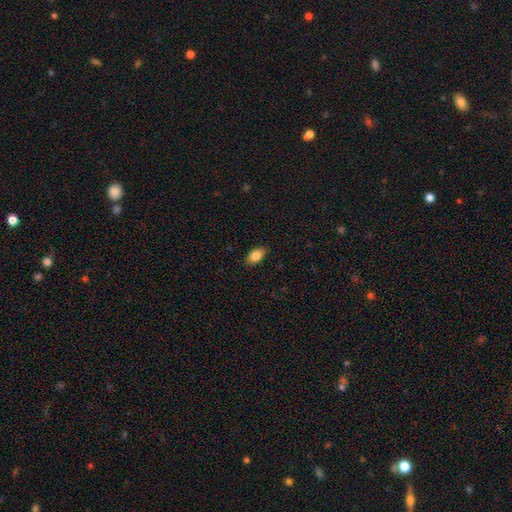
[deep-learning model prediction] The model was most divided on "smooth or featured": smooth: 83%, featured or disk: 9%, star or artifact: 8%. More confident: how rounded — in between (89%); merging — none (87%).